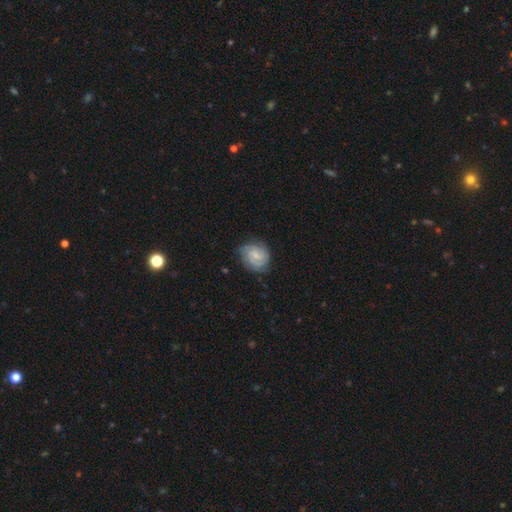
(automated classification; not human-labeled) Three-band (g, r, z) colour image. It shows a featured or disk galaxy (69%) with a weak bar (49%), 2 (59%) tight (65%) spiral arms (94%) and a small central bulge (52%). Merging: none (76%).